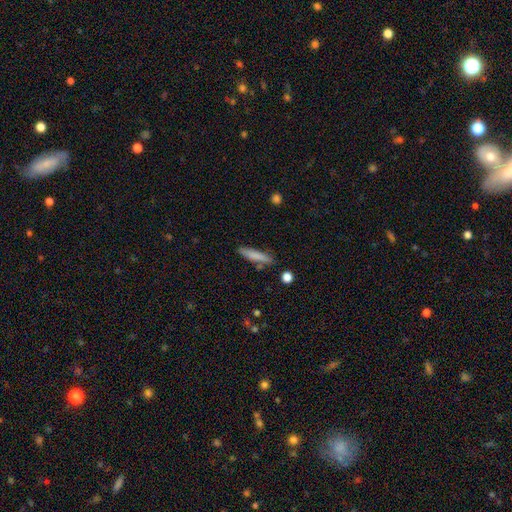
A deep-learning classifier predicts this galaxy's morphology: type=smooth (80%); roundness=cigar-shaped (83%); merging=none (79%).